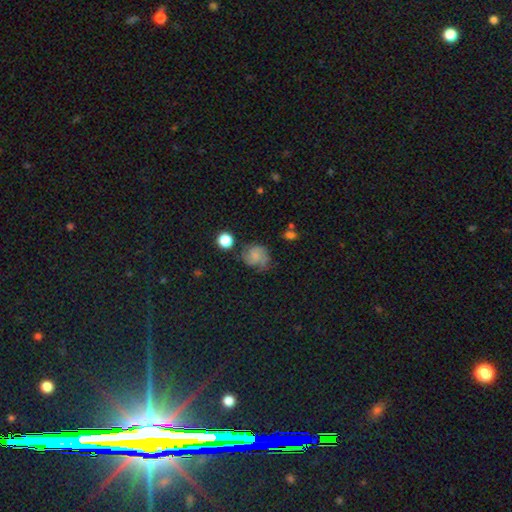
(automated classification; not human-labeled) The model was most divided on "smooth or featured": featured or disk: 47%, smooth: 42%, star or artifact: 11%. More confident: merging — none (56%).